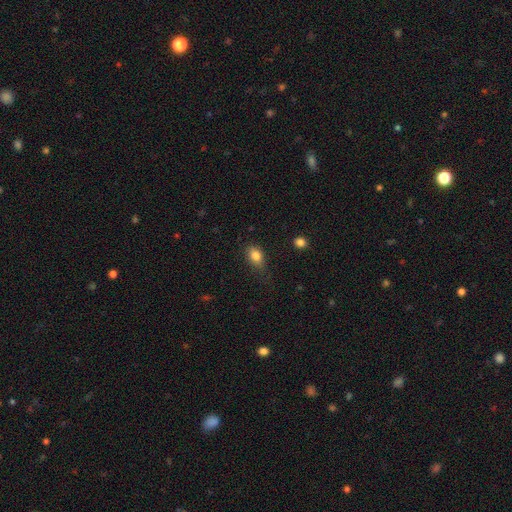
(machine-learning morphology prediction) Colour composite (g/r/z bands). It shows a smooth galaxy with no disk features (82%) that is in between round and cigar-shaped (76%). Merging: none (66%).